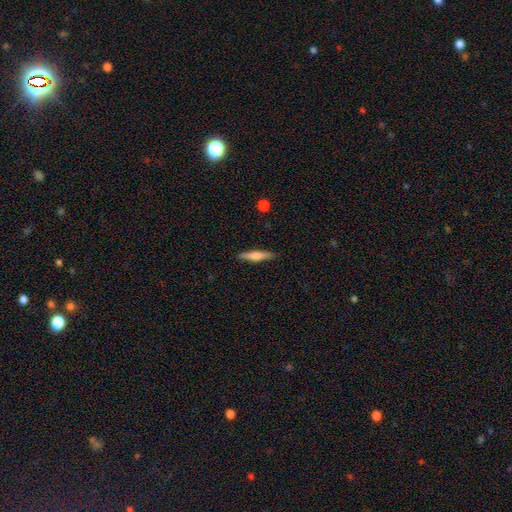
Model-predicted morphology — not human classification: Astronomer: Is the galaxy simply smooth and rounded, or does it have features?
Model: smooth — 55% (runner-up: featured or disk, 39%).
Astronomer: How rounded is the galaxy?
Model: cigar-shaped — 88%.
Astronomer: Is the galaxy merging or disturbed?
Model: none — 90%.